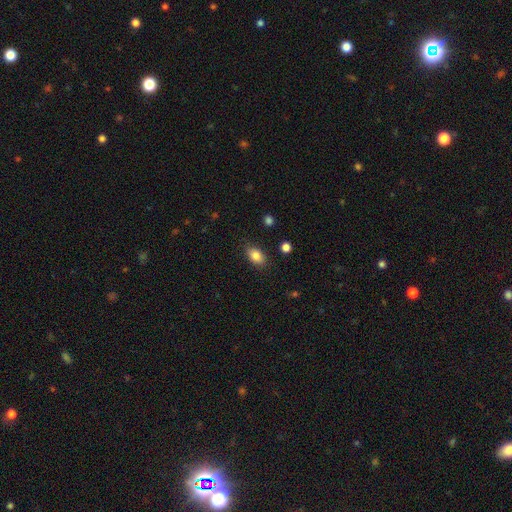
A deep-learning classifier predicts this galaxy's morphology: The model was most divided on "merging": none: 83%, minor disturbance: 12%, major disturbance: 3%, merger: 2%. More confident: how rounded — in between (86%); smooth or featured — smooth (85%).